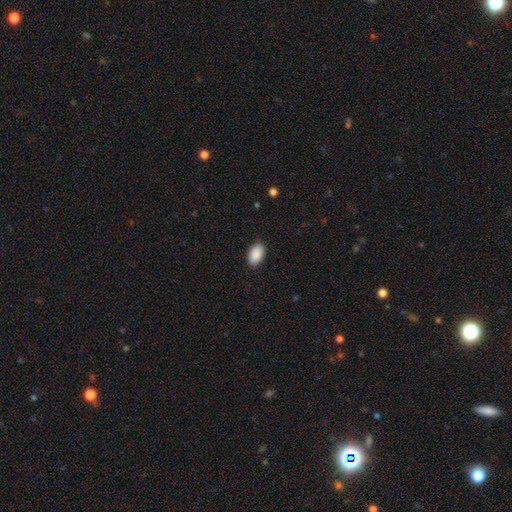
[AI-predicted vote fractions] smooth_or_featured: smooth (p=0.91) [alt: star or artifact p=0.06]
how_rounded: in between (p=0.94) [alt: round p=0.05]
merging: none (p=0.88) [alt: minor disturbance p=0.09]